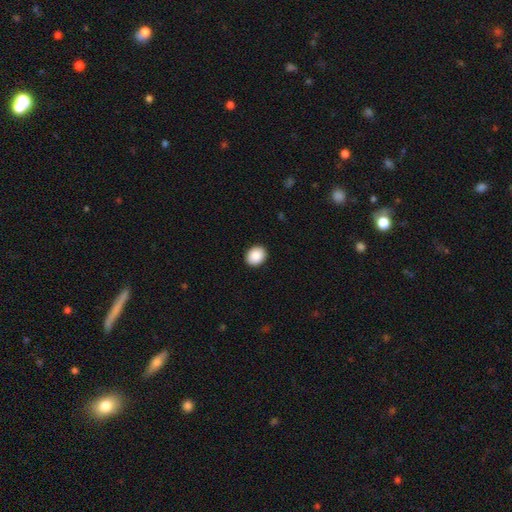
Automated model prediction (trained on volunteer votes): Overall: smooth (90%). How rounded: round (51%; in between 48%). Merging: none (92%).